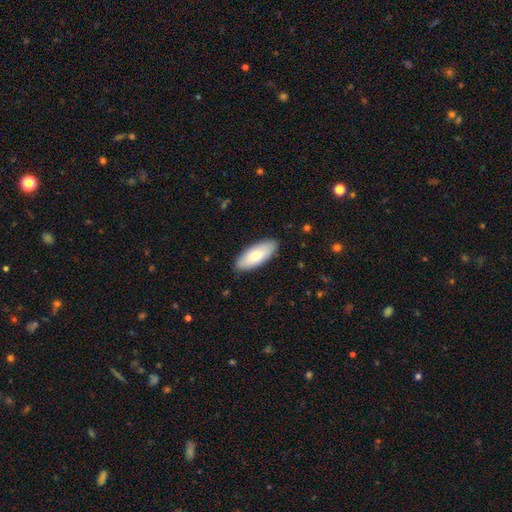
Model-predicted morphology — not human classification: Q: Smooth or featured?
A: smooth (74%); runner-up: featured or disk (21%)
Q: How rounded?
A: in between (83%); runner-up: cigar-shaped (15%)
Q: Merging?
A: none (89%); runner-up: minor disturbance (9%)